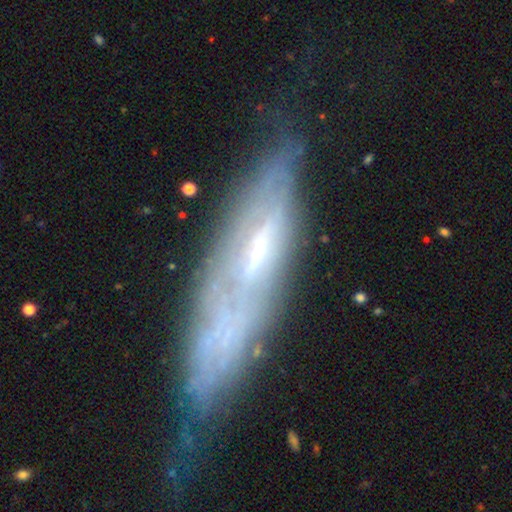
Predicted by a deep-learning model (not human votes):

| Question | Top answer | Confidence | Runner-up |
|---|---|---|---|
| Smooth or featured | featured or disk | 67% | smooth (22%) |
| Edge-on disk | no | 54% | yes (46%) |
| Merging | none | 47% | minor disturbance (31%) |